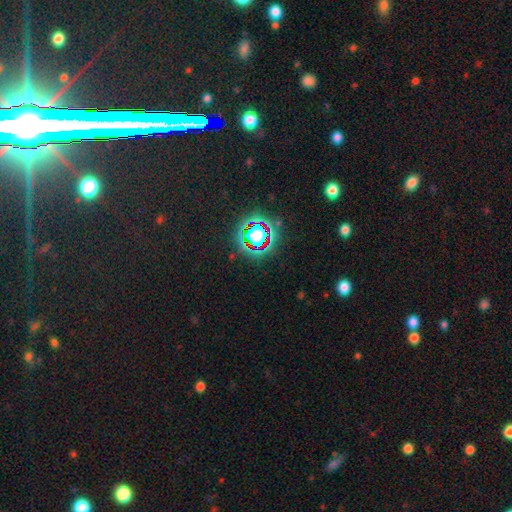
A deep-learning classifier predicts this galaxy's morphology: smooth_or_featured: star or artifact (p=0.78) [alt: smooth p=0.12]